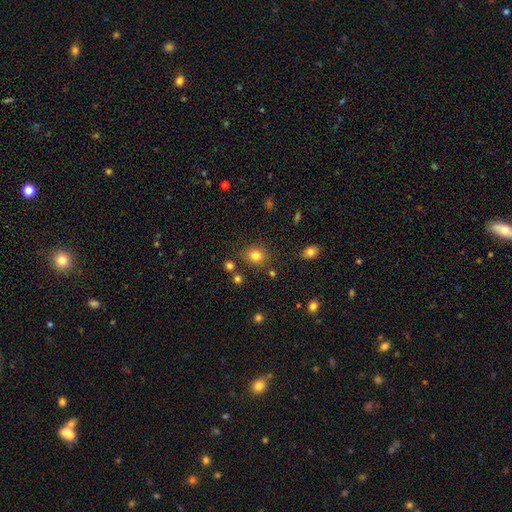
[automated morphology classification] Overall: smooth (80%). How rounded: round (71%). Merging: none (83%).